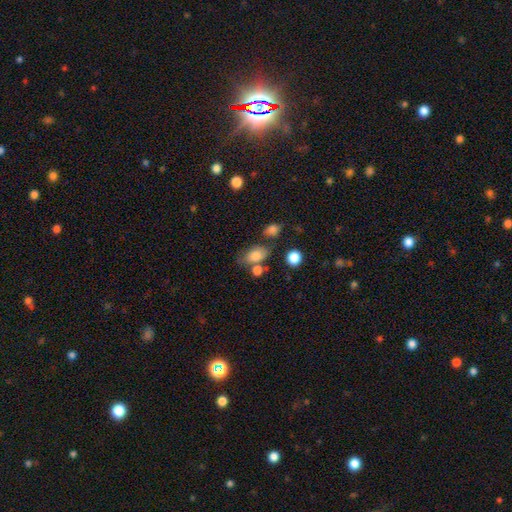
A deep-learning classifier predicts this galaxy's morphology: Smooth or featured: smooth — 80% (featured or disk — 11%)
How rounded: in between — 86% (round — 12%)
Merging: none — 55% (minor disturbance — 19%)